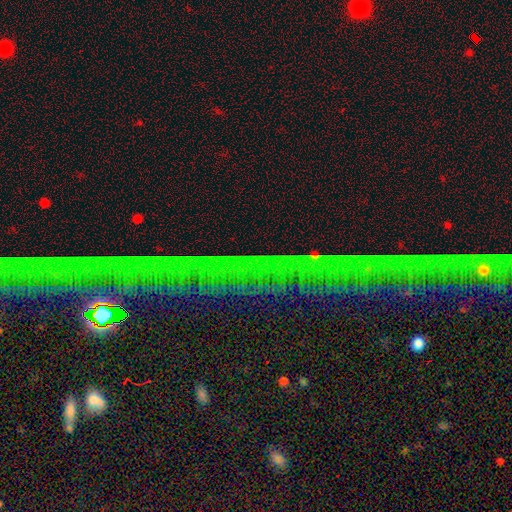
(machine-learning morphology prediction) A star or artifact, not a galaxy (78%).

Vote fractions:
- Smooth or featured? star or artifact: 78% / featured or disk: 12% / smooth: 9%